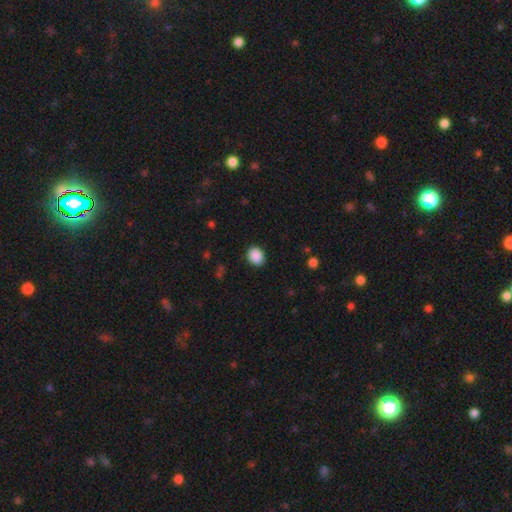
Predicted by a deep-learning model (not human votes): A smooth galaxy with no disk features (89%) that is round (54%).

Vote fractions:
- Smooth or featured? smooth: 89% / star or artifact: 8% / featured or disk: 2%
- How rounded? round: 54% / in between: 45% / cigar-shaped: 1%
- Merging? none: 89% / minor disturbance: 7% / major disturbance: 2% / merger: 1%